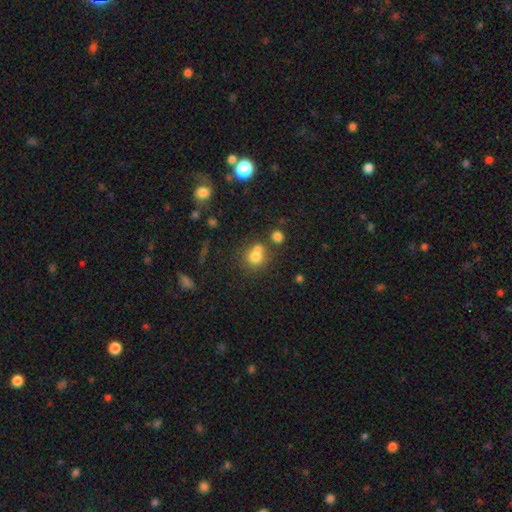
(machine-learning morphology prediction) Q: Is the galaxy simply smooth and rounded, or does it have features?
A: smooth — 73%.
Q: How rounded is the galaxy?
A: round — 78%.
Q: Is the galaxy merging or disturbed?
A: none — 46%.